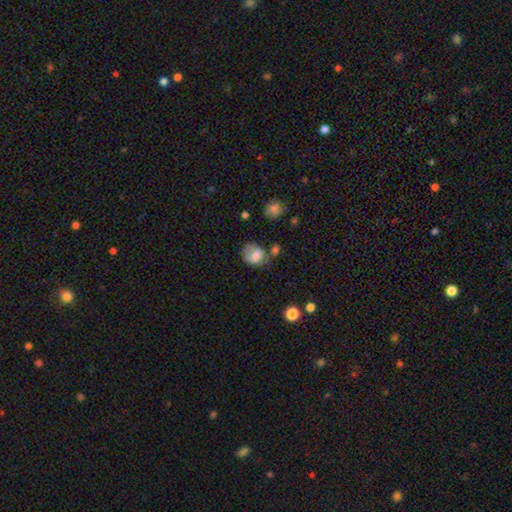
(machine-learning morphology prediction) smooth_or_featured: smooth (p=0.71) [alt: featured or disk p=0.19]
how_rounded: round (p=0.54) [alt: in between p=0.45]
merging: none (p=0.44) [alt: minor disturbance p=0.28]